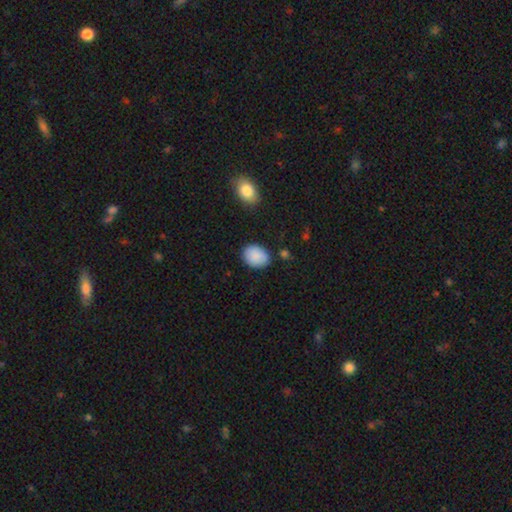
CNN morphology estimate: smooth_or_featured: smooth (p=0.88) [alt: star or artifact p=0.07]
how_rounded: in between (p=0.67) [alt: round p=0.32]
merging: none (p=0.81) [alt: minor disturbance p=0.13]